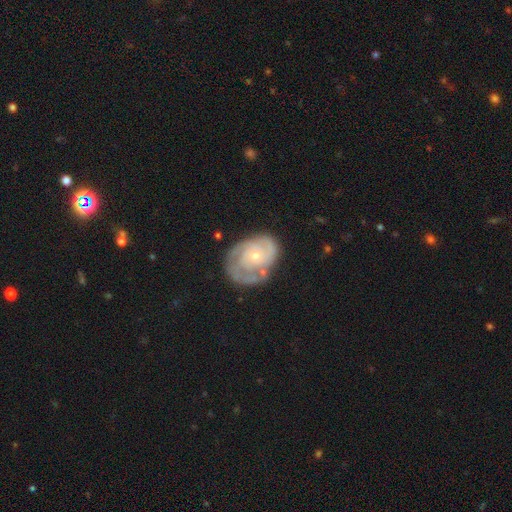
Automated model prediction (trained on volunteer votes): The model was most divided on "spiral arm count": 2: 37%, can't tell: 29%, 3: 18%, 1: 8%, 4: 4%, more than 4: 3%. More confident: edge-on disk — no (98%); spiral arms — yes (90%); smooth or featured — featured or disk (79%); bar — no (78%); bulge size — small (64%); spiral winding — tight (60%); merging — none (58%).